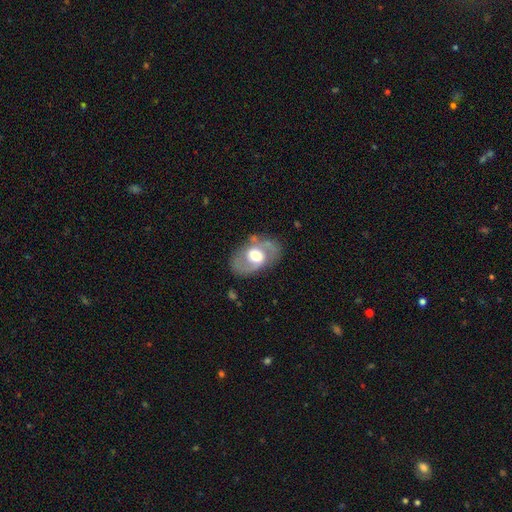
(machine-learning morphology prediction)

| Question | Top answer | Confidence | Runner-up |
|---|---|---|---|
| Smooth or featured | featured or disk | 63% | smooth (31%) |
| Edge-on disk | no | 94% | yes (6%) |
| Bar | no | 51% | weak (35%) |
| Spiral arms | yes | 56% | no (44%) |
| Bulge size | moderate | 57% | large (32%) |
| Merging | none | 75% | minor disturbance (15%) |